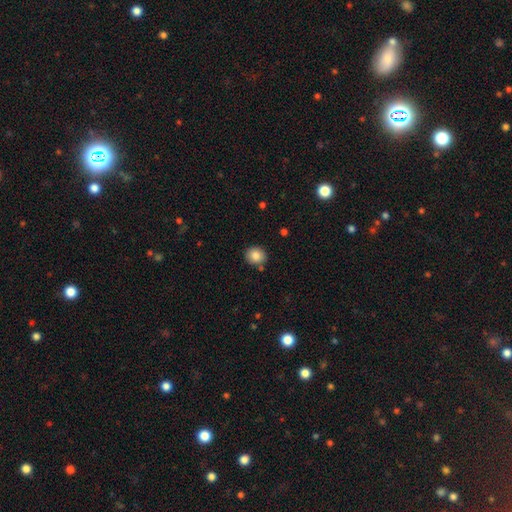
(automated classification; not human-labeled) A smooth galaxy with no disk features (84%) that is round (80%).

Vote fractions:
- Smooth or featured? smooth: 84% / star or artifact: 9% / featured or disk: 7%
- How rounded? round: 80% / in between: 19% / cigar-shaped: 1%
- Merging? none: 84% / minor disturbance: 9% / merger: 5% / major disturbance: 2%